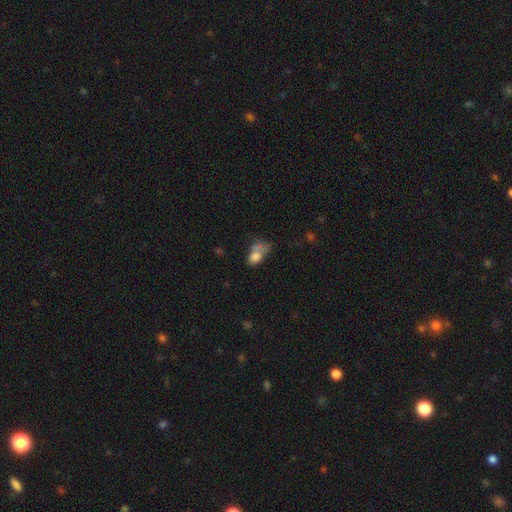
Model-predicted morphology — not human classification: Overall: smooth (71%). How rounded: in between (79%). Merging: merger (39%; none 21%).